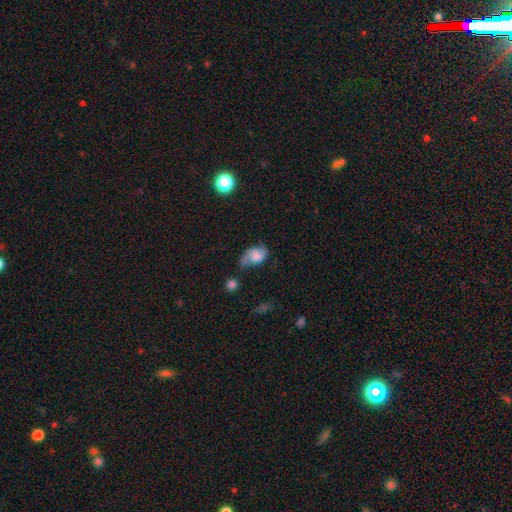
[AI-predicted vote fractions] This appears to be a featured or disk galaxy (51%). Merging: none (43%).